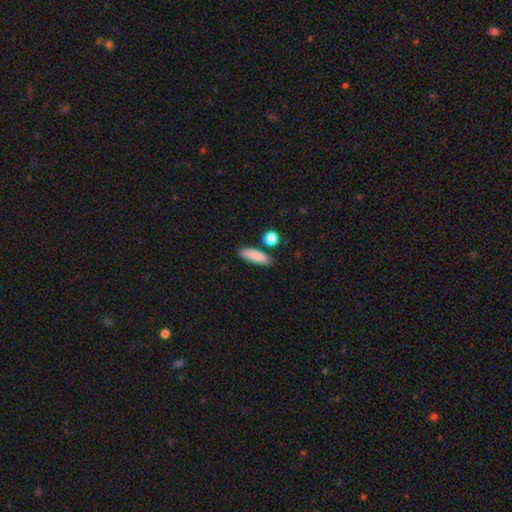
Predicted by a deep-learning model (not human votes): This is clearly a smooth galaxy (85%). How rounded: likely in between (61%). Merging: likely none (78%).